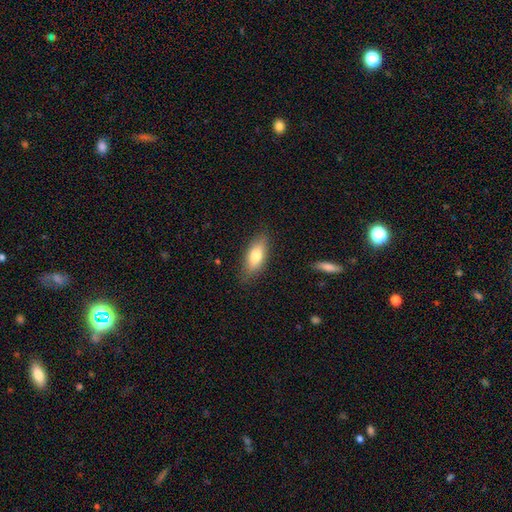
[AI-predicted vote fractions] smooth_or_featured: smooth (p=0.73) [alt: featured or disk p=0.20]
how_rounded: in between (p=0.76) [alt: cigar-shaped p=0.21]
merging: none (p=0.82) [alt: minor disturbance p=0.13]